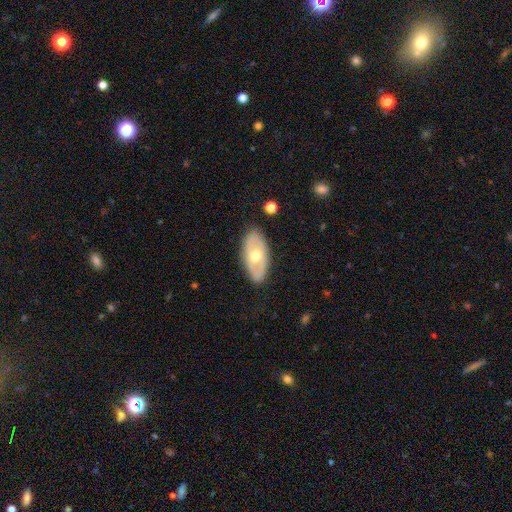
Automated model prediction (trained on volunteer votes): smooth-or-featured: featured or disk: 57% | smooth: 37% | star or artifact: 5%
  disk-edge-on: no: 85% | yes: 15%
  merging: none: 83% | minor disturbance: 13% | major disturbance: 3% | merger: 1%